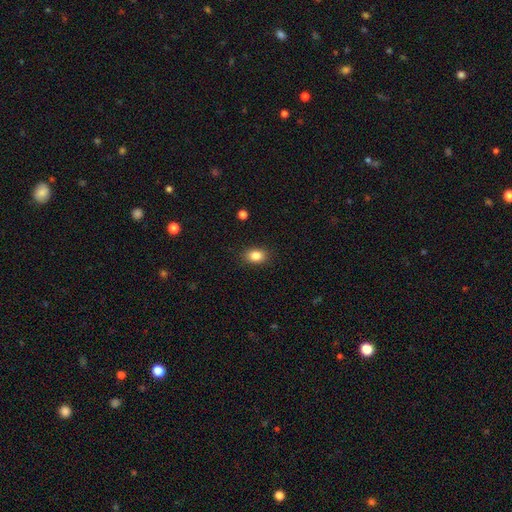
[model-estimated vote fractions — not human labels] Morphology: type=smooth (85%); roundness=in between (75%); merging=none (88%).